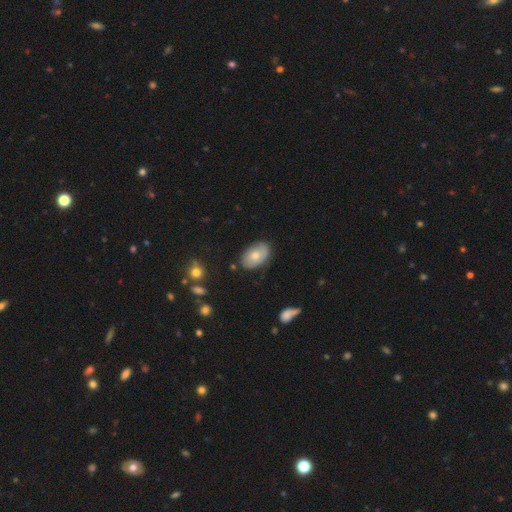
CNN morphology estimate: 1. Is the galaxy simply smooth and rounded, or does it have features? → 66% smooth, 27% featured or disk, 7% star or artifact.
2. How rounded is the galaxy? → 89% in between, 10% round, 1% cigar-shaped.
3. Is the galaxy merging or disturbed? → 75% none, 19% minor disturbance, 4% major disturbance, 2% merger.